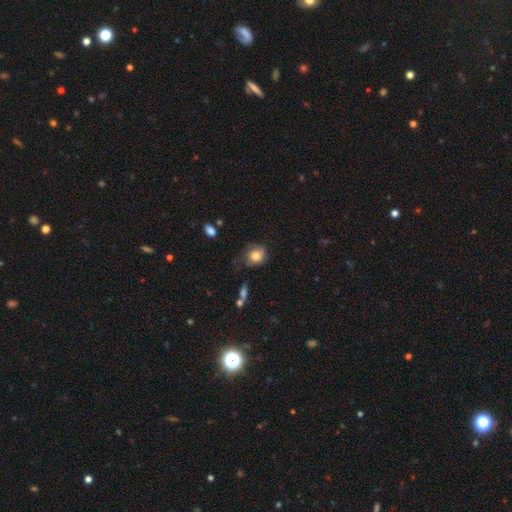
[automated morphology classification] smooth-or-featured: smooth: 75% | featured or disk: 16% | star or artifact: 9%
  how-rounded: round: 68% | in between: 31% | cigar-shaped: 1%
  merging: none: 56% | minor disturbance: 30% | major disturbance: 11% | merger: 3%